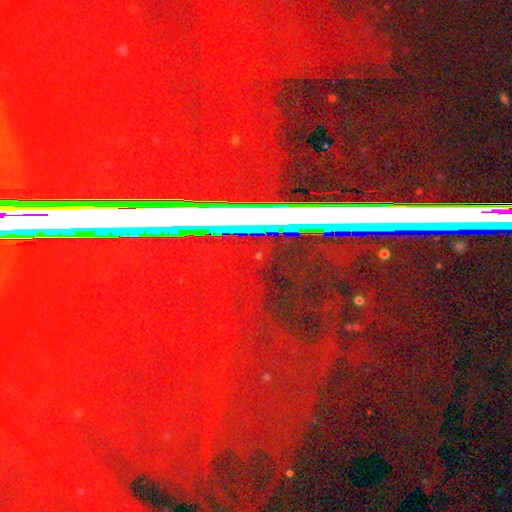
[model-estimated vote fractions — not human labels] Smooth or featured: star or artifact — 76% (featured or disk — 13%)